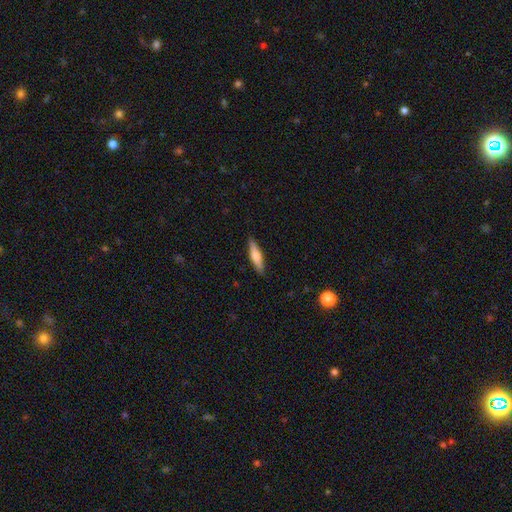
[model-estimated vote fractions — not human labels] Smooth or featured? smooth (63%)
How rounded? cigar-shaped (77%)
Merging? none (89%)